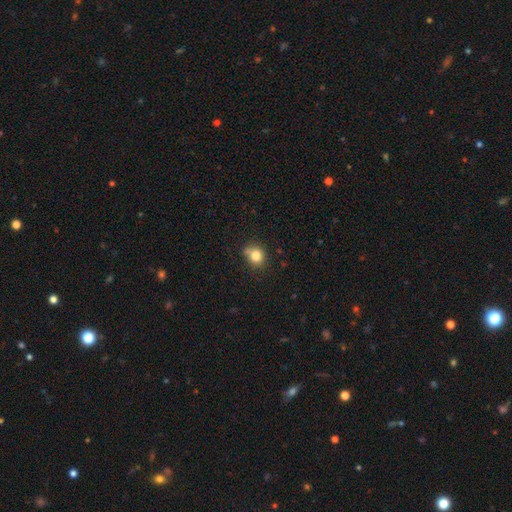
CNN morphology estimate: type=smooth (80%); roundness=round (77%); merging=none (65%).